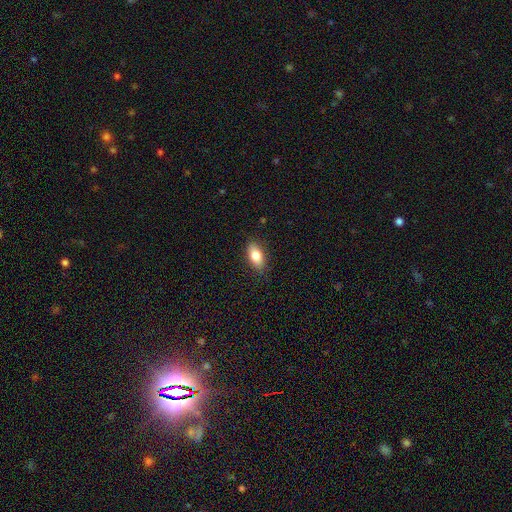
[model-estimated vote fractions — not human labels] Smooth or featured: smooth — 80% (featured or disk — 13%)
How rounded: in between — 88% (cigar-shaped — 7%)
Merging: none — 85% (minor disturbance — 11%)